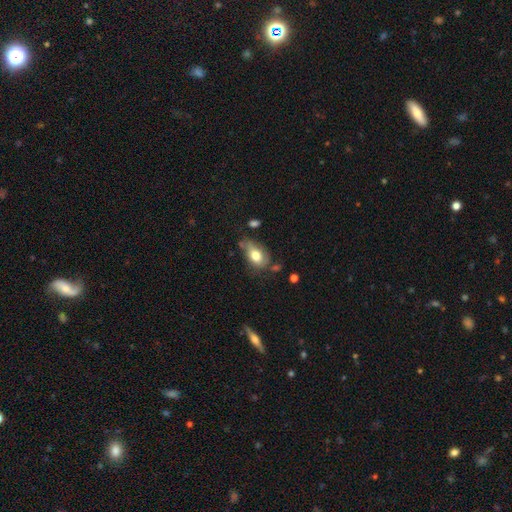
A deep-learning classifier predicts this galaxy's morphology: A smooth galaxy with no disk features (73%) that is in between round and cigar-shaped (84%). Merging: none (43%).